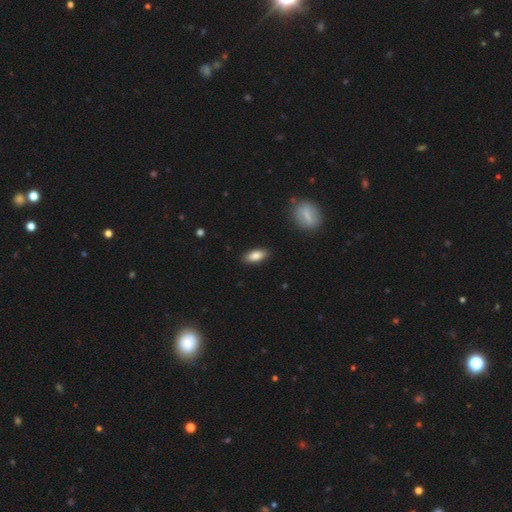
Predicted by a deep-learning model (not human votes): This is clearly a smooth galaxy (85%). How rounded: clearly in between (85%). Merging: clearly none (87%).